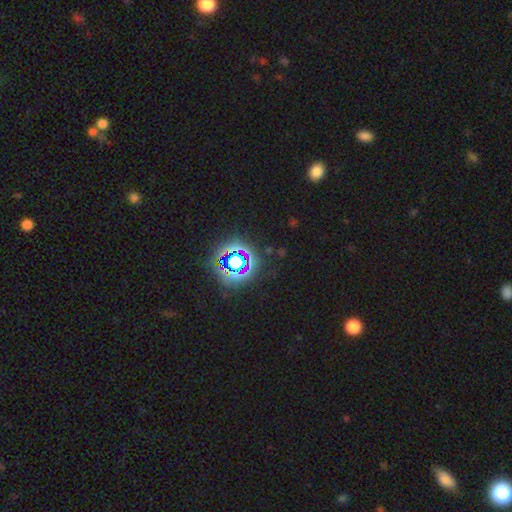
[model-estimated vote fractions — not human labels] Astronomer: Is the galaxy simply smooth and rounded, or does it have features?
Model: star or artifact — 82%.